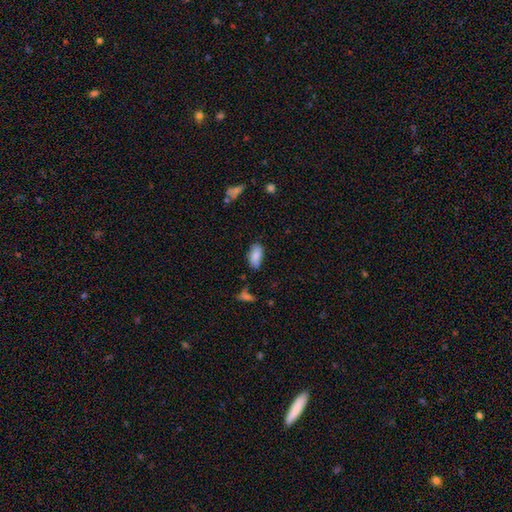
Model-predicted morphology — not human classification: This appears to be a smooth galaxy with no disk features (84%) that is in between round and cigar-shaped (93%). Merging: none (74%).